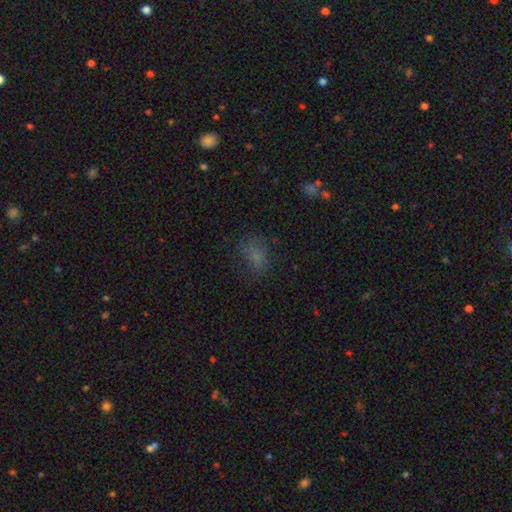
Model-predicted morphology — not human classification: smooth-or-featured: smooth: 66% | star or artifact: 21% | featured or disk: 14%
  how-rounded: in between: 77% | round: 20% | cigar-shaped: 3%
  merging: none: 57% | minor disturbance: 23% | major disturbance: 17% | merger: 2%